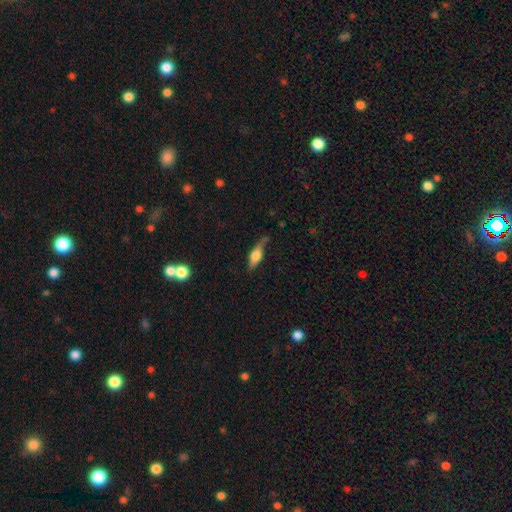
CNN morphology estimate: Smooth or featured? smooth (52%)
How rounded? in between (56%)
Merging? none (58%)